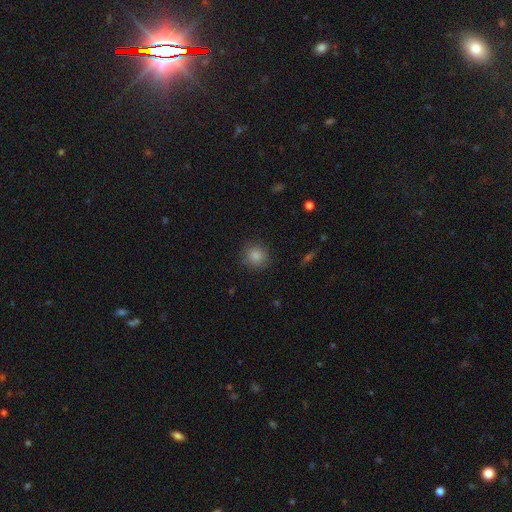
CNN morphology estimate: This appears to be a smooth galaxy with no disk features (86%) that is round (91%). Merging: none (87%).